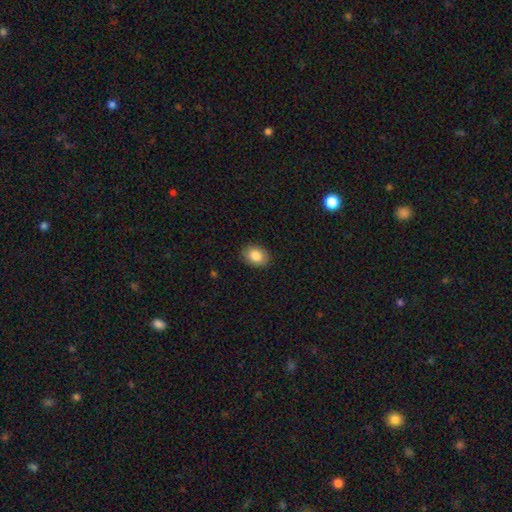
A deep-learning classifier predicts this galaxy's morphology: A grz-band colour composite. It shows a smooth galaxy with no disk features (85%) that is in between round and cigar-shaped (69%). Merging: none (89%).